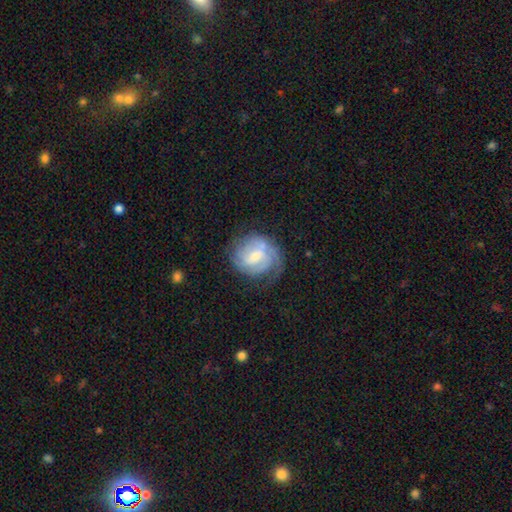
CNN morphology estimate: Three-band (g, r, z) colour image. It shows a featured or disk galaxy (78%) with a weak bar (57%), 2 (41%) tight (52%) spiral arms (93%) and a small central bulge (49%). Merging: none (66%).